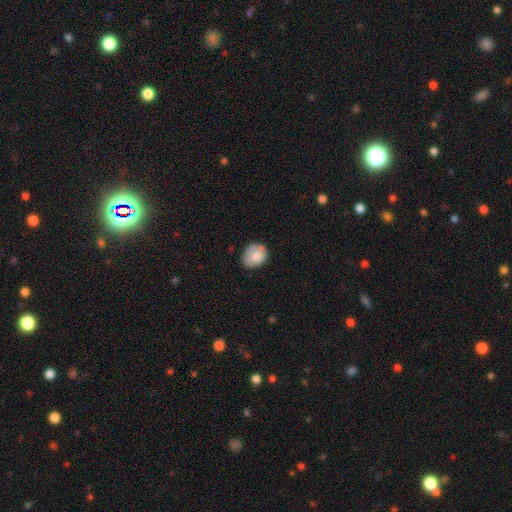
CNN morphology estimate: This is clearly a smooth galaxy (81%). How rounded: possibly round (50%). Merging: likely none (69%).